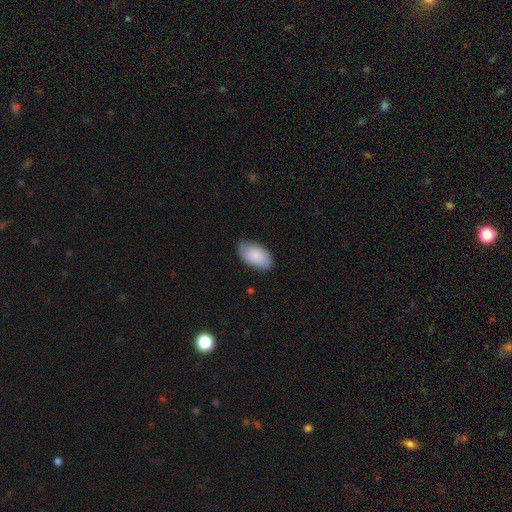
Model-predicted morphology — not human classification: This is clearly a smooth galaxy (85%). How rounded: clearly in between (95%). Merging: likely none (78%).